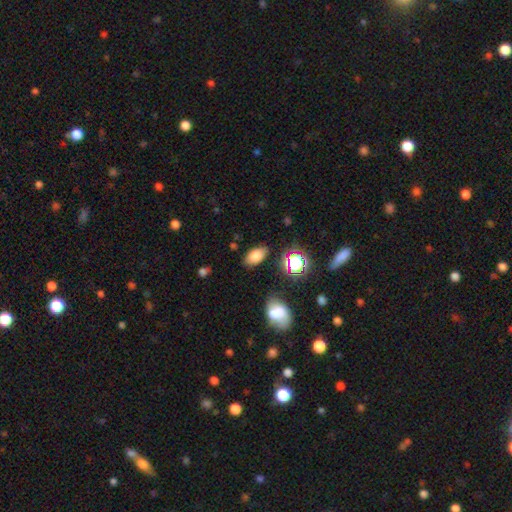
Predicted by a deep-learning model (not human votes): Smooth or featured? Predicted: smooth (p=0.76). How rounded? Predicted: in between (p=0.90). Merging? Predicted: none (p=0.82).